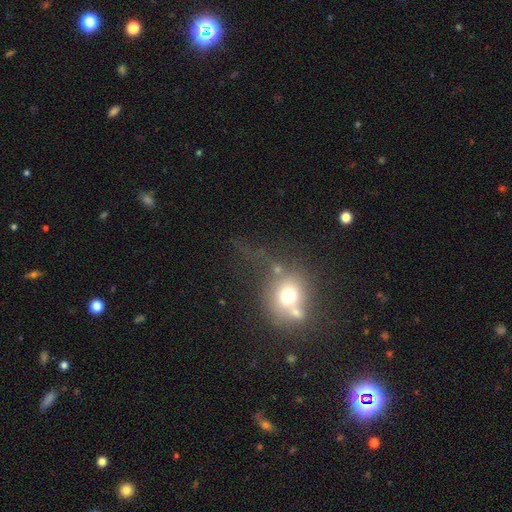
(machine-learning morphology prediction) Q: Smooth or featured?
A: smooth (48%); runner-up: star or artifact (30%)
Q: Merging?
A: none (35%); runner-up: major disturbance (29%)